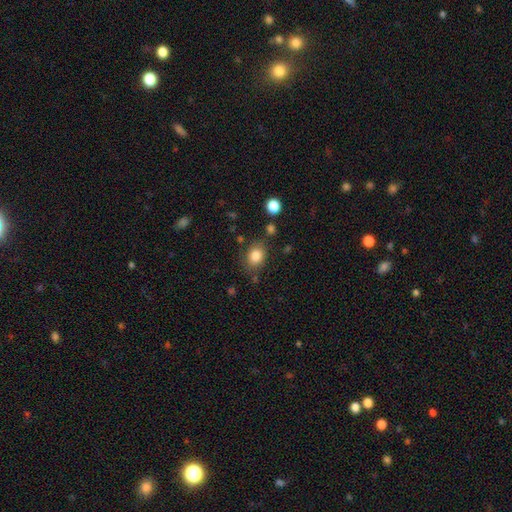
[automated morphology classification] The model was most divided on "how rounded": in between: 54%, round: 45%, cigar-shaped: 1%. More confident: smooth or featured — smooth (84%); merging — none (74%).